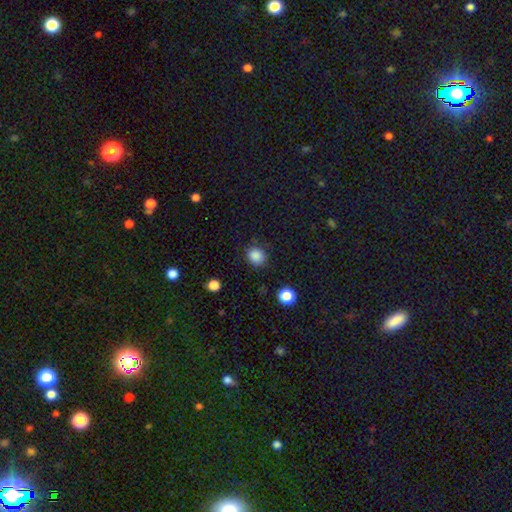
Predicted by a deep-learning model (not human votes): Smooth or featured?
  - smooth: 86% *
  - star or artifact: 11%
  - featured or disk: 3%
How rounded?
  - round: 76% *
  - in between: 23%
  - cigar-shaped: 1%
Merging?
  - none: 84% *
  - minor disturbance: 12%
  - major disturbance: 3%
  - merger: 2%